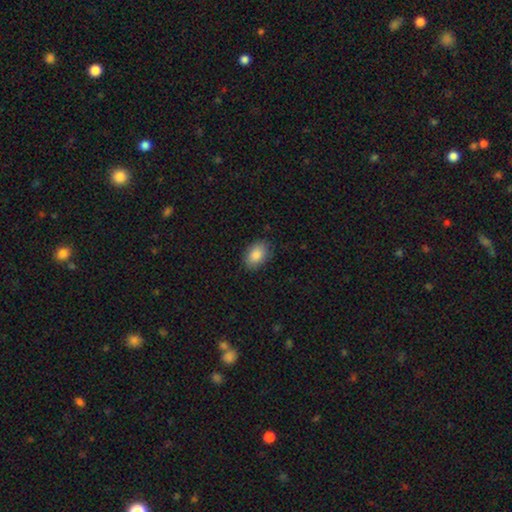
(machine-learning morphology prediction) The model was most divided on "merging": none: 84%, minor disturbance: 13%, major disturbance: 3%, merger: 1%. More confident: smooth or featured — smooth (87%); how rounded — in between (86%).